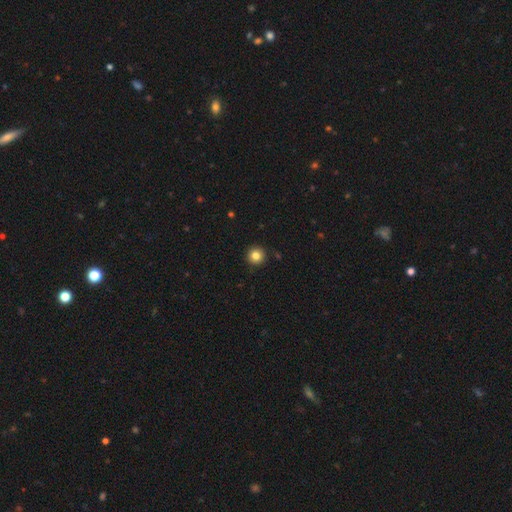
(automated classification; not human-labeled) This is clearly a smooth galaxy (83%). How rounded: clearly round (96%). Merging: clearly none (92%).